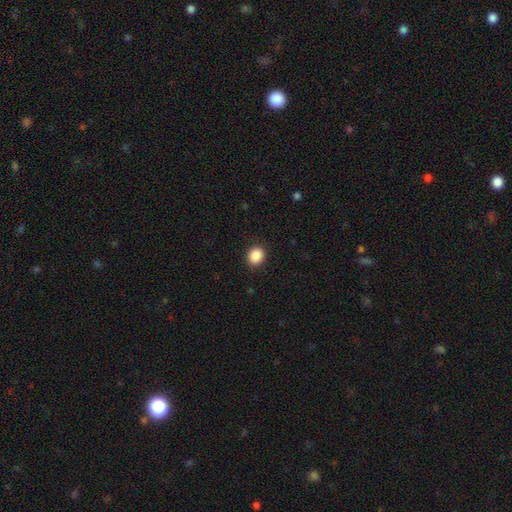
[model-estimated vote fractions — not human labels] A smooth galaxy with no disk features (88%) that is round (70%).

Vote fractions:
- Smooth or featured? smooth: 88% / star or artifact: 9% / featured or disk: 3%
- How rounded? round: 70% / in between: 29% / cigar-shaped: 1%
- Merging? none: 90% / minor disturbance: 7% / major disturbance: 2% / merger: 1%